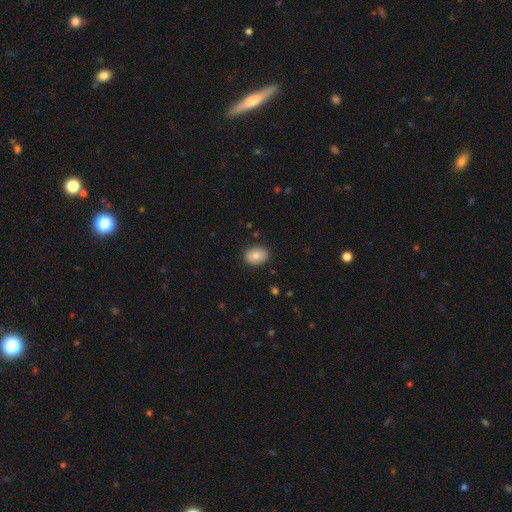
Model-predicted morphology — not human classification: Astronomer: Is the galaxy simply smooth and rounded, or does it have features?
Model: smooth — 82%.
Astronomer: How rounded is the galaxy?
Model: in between — 66%.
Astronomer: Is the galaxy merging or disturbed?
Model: none — 87%.